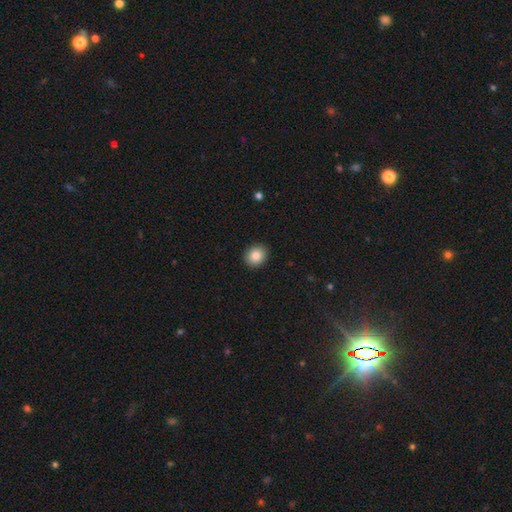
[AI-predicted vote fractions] A smooth galaxy with no disk features (86%) that is round (69%). Merging: none (91%).